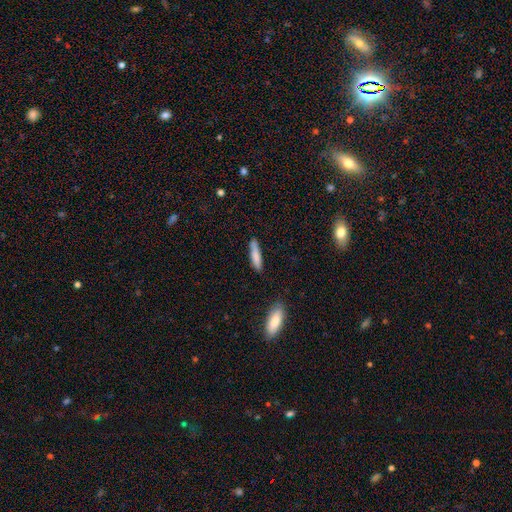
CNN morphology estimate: A smooth galaxy with no disk features (80%) that is cigar-shaped (84%).

Vote fractions:
- Smooth or featured? smooth: 80% / featured or disk: 14% / star or artifact: 6%
- How rounded? cigar-shaped: 84% / in between: 15% / round: 1%
- Merging? none: 79% / minor disturbance: 15% / major disturbance: 3% / merger: 3%